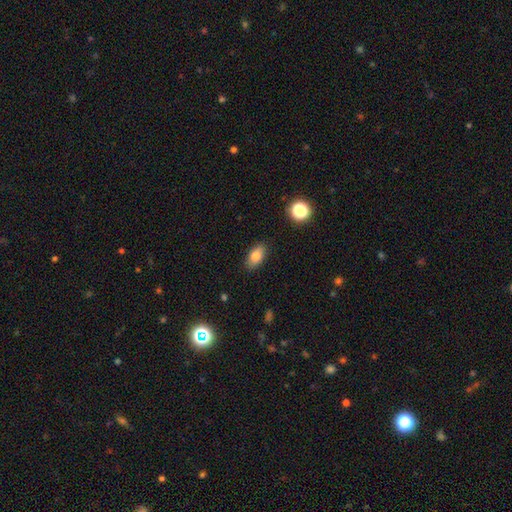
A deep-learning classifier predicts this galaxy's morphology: This is clearly a smooth galaxy (81%). How rounded: clearly in between (89%). Merging: clearly none (87%).